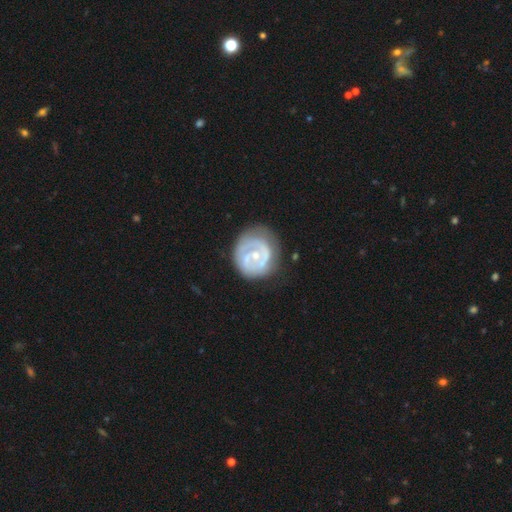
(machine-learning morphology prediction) featured or disk 77%, smooth 18%, star or artifact 5%. Down the decision tree: edge-on disk — no (98%); bar — no (66%); spiral arms — yes (79%); spiral arm count — 2 (47%); spiral winding — tight (56%); bulge size — small (60%); merging — none (62%).